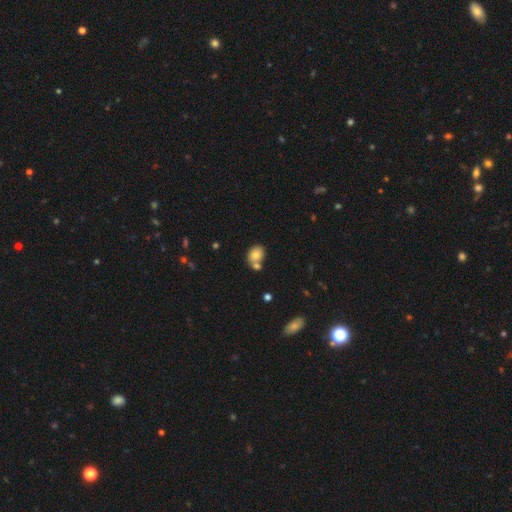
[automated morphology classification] type=smooth (81%); roundness=in between (53%); merging=none (49%).